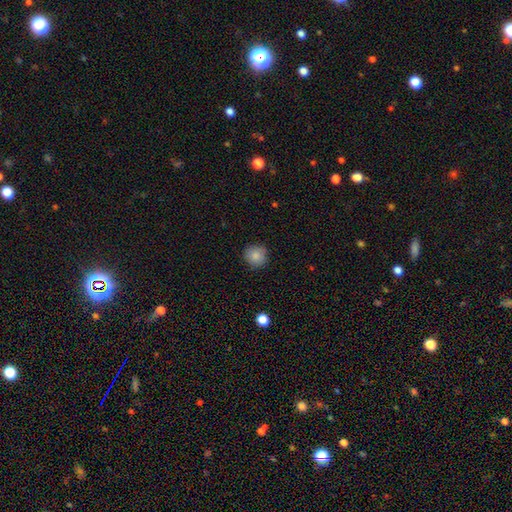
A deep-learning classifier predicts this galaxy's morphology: Smooth or featured? smooth (86%)
How rounded? round (92%)
Merging? none (89%)